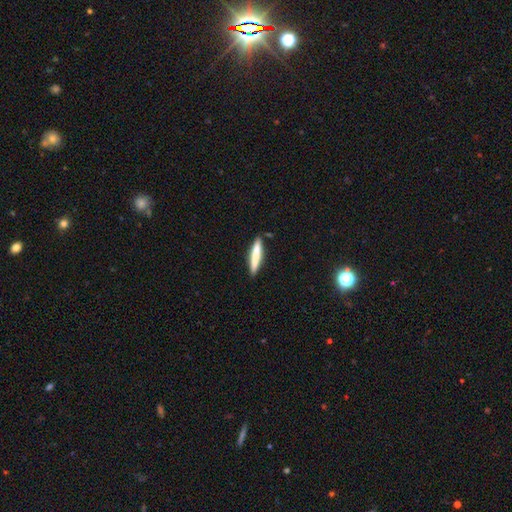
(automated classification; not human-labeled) The model was most divided on "smooth or featured": smooth: 71%, featured or disk: 23%, star or artifact: 6%. More confident: how rounded — cigar-shaped (91%); merging — none (85%).